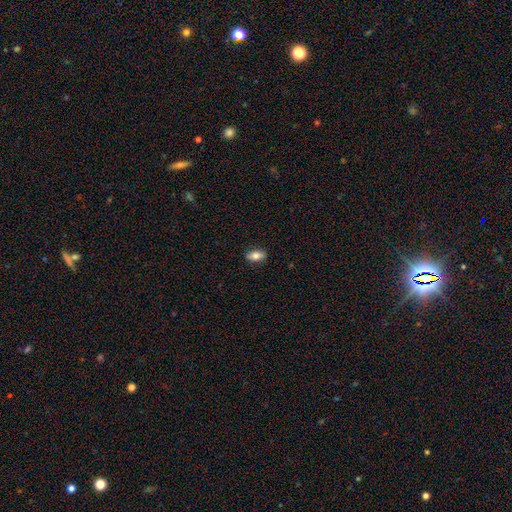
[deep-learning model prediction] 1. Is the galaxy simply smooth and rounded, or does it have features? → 73% smooth, 19% featured or disk, 7% star or artifact.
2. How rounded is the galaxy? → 87% in between, 8% cigar-shaped, 5% round.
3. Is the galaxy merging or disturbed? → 88% none, 9% minor disturbance, 2% major disturbance, 1% merger.